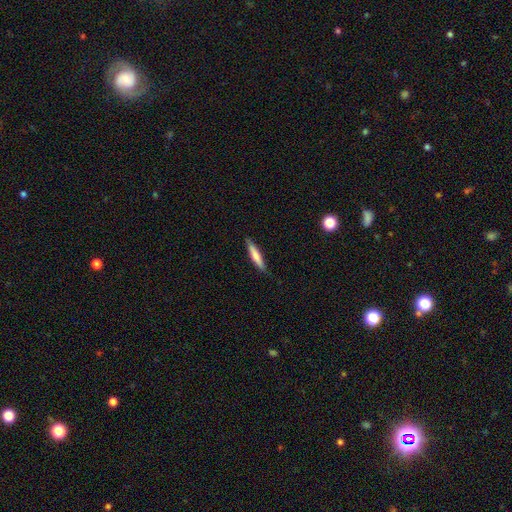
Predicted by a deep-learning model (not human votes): This appears to be a smooth galaxy with no disk features (70%) that is cigar-shaped (91%). Merging: none (88%).